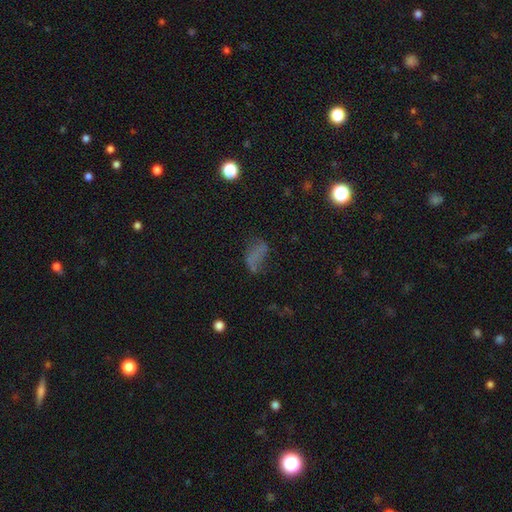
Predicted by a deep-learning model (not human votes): Q: Smooth or featured?
A: smooth (48%); runner-up: star or artifact (26%)
Q: Merging?
A: none (45%); runner-up: major disturbance (25%)